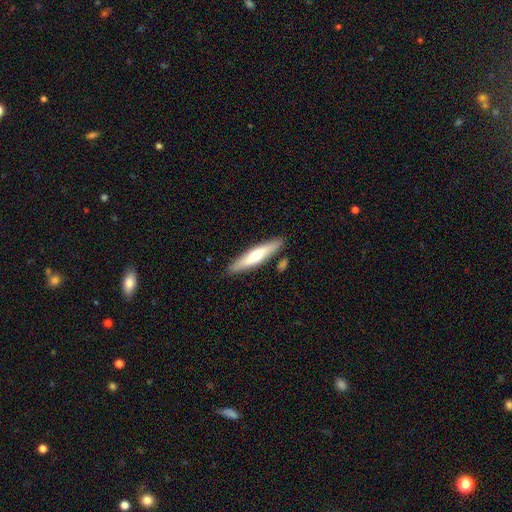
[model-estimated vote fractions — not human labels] Q: Smooth or featured?
A: smooth (55%); runner-up: featured or disk (40%)
Q: How rounded?
A: cigar-shaped (86%); runner-up: in between (13%)
Q: Merging?
A: none (85%); runner-up: minor disturbance (10%)